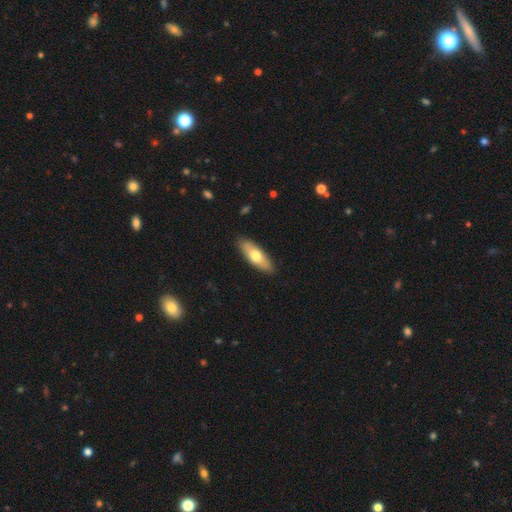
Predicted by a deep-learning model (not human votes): A smooth galaxy with no disk features (65%) that is in between round and cigar-shaped (61%). Merging: none (88%).